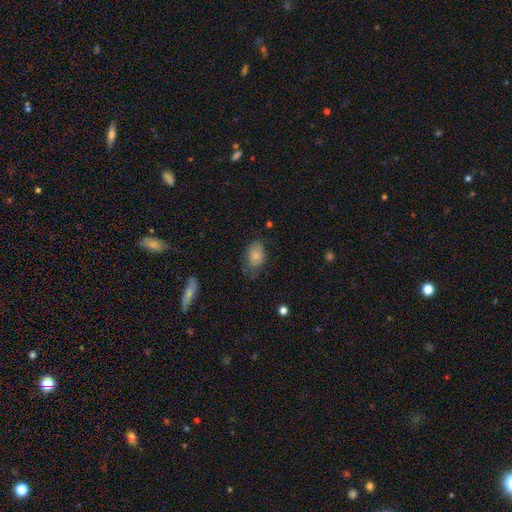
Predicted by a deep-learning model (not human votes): Morphology: type=smooth (79%); roundness=in between (85%); merging=none (57%).